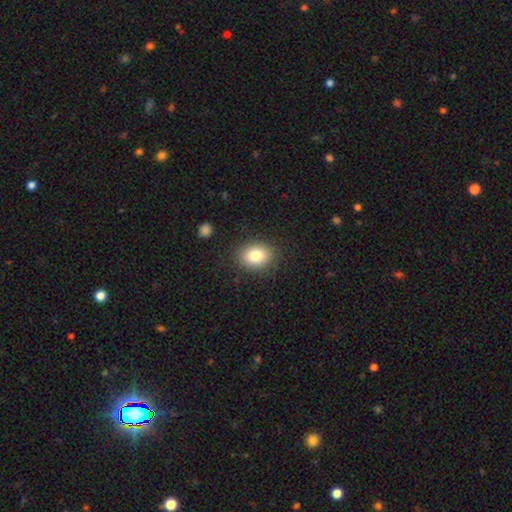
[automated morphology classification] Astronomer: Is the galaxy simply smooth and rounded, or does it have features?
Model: smooth — 81%.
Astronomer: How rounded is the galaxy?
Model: in between — 56% (runner-up: round, 43%).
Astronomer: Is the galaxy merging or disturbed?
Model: none — 86%.